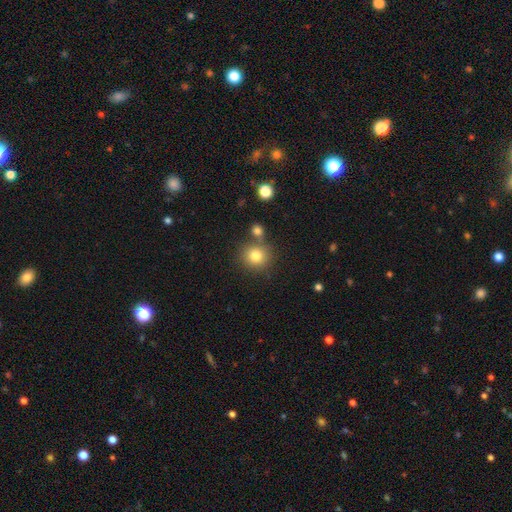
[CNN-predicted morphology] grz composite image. It shows a smooth galaxy with no disk features (81%) that is round (88%). Merging: none (71%).